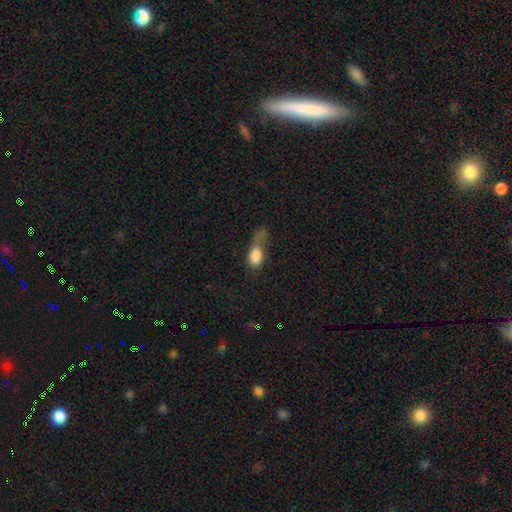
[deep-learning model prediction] Smooth or featured: smooth — 76% (featured or disk — 15%)
How rounded: in between — 79% (round — 14%)
Merging: major disturbance — 50% (minor disturbance — 19%)